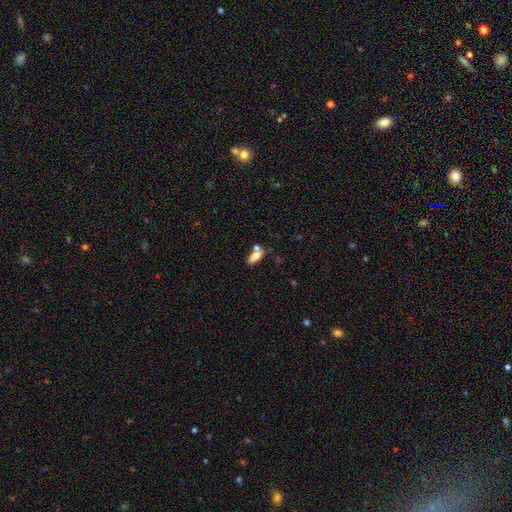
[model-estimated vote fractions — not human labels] A smooth galaxy with no disk features (80%) that is in between round and cigar-shaped (81%). Merging: none (51%).